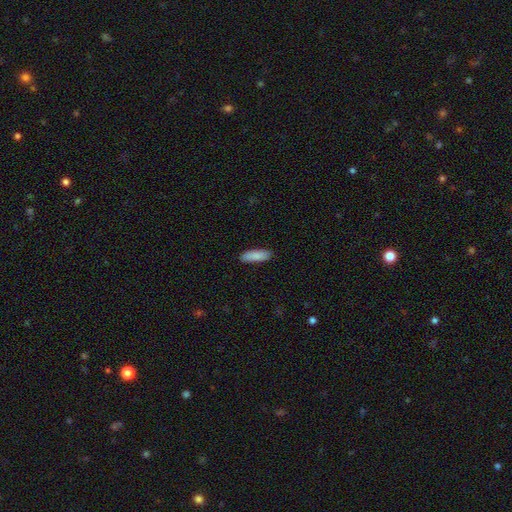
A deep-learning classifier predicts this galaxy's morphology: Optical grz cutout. It shows a smooth galaxy with no disk features (88%) that is in between round and cigar-shaped (55%). Merging: none (88%).